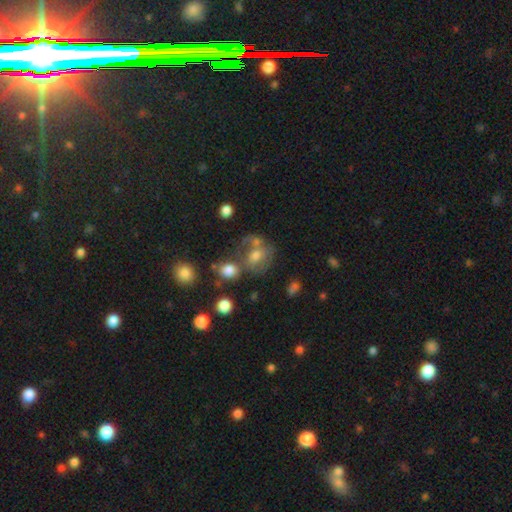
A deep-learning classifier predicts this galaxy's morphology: smooth 53%, featured or disk 32%, star or artifact 15%. Down the decision tree: how rounded — round (60%); merging — none (40%).